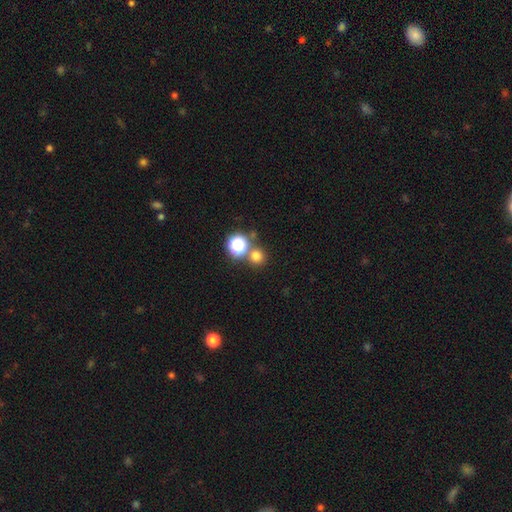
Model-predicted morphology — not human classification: Overall: smooth (73%). How rounded: round (92%). Merging: none (74%).